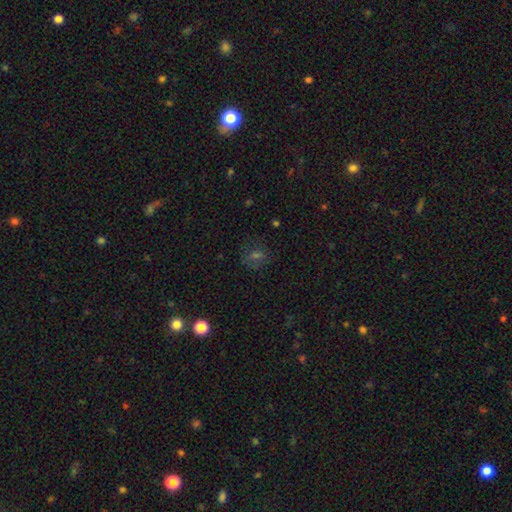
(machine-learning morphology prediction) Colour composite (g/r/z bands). It shows a smooth galaxy with no disk features (46%). Merging: none (75%).